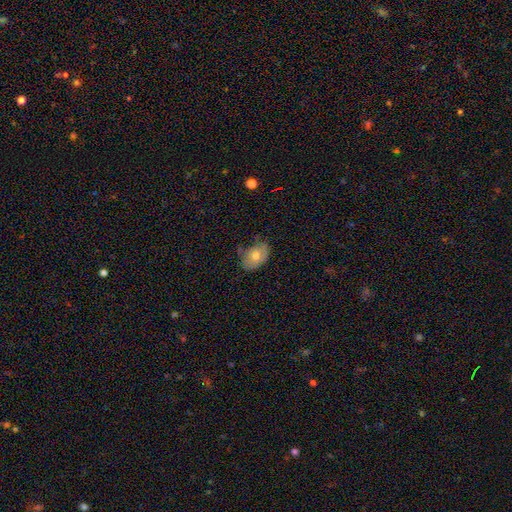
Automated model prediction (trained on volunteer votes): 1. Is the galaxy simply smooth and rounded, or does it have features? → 64% smooth, 27% featured or disk, 8% star or artifact.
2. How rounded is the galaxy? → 84% in between, 15% round, 1% cigar-shaped.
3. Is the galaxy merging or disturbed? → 62% none, 29% minor disturbance, 7% major disturbance, 2% merger.